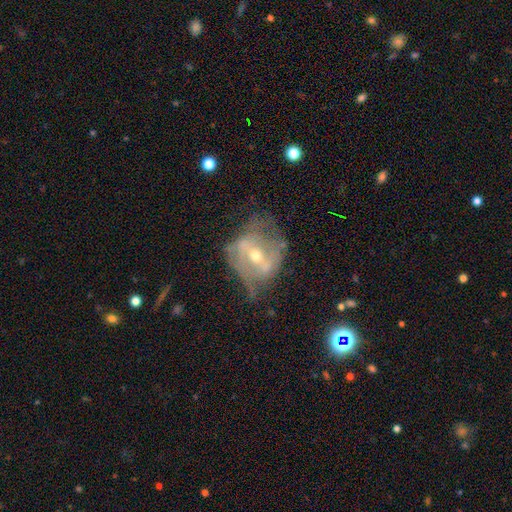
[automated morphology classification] smooth_or_featured: featured or disk (p=0.74) [alt: smooth p=0.17]
disk_edge_on: no (p=0.94) [alt: yes p=0.06]
bar: strong (p=0.37) [alt: weak p=0.36]
has_spiral_arms: yes (p=0.56) [alt: no p=0.44]
bulge_size: small (p=0.48) [tied with: moderate p=0.48]
merging: none (p=0.39) [alt: major disturbance p=0.29]